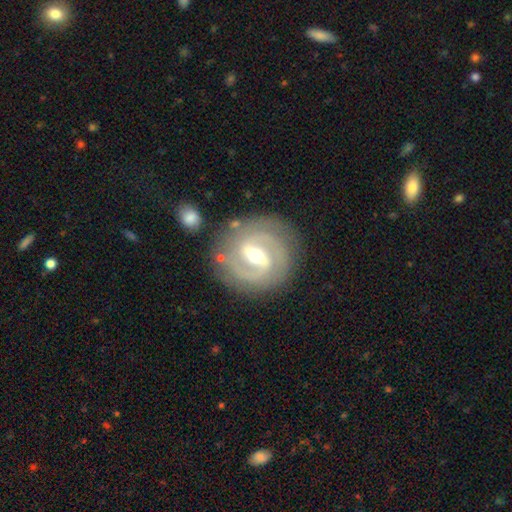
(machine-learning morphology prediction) type=featured or disk (87%); edge-on=no (96%); bar=strong (52%); spiral arms=yes (95%); winding=tight (53%); arm count=2 (71%); bulge=moderate (69%); merging=none (82%).